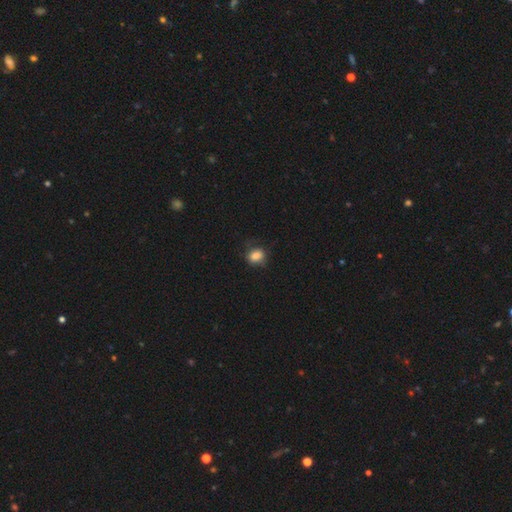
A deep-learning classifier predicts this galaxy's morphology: Smooth or featured?
  - smooth: 83% *
  - star or artifact: 10%
  - featured or disk: 7%
How rounded?
  - round: 50% *
  - in between: 49%
  - cigar-shaped: 1%
Merging?
  - none: 71% *
  - minor disturbance: 22%
  - major disturbance: 6%
  - merger: 1%